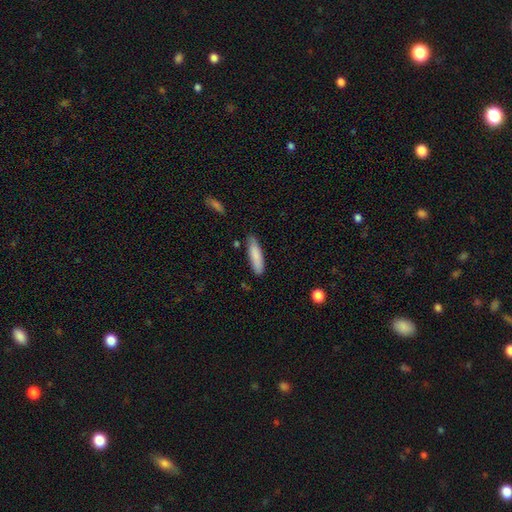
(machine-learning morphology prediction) This is clearly a smooth galaxy (85%). How rounded: likely cigar-shaped (65%). Merging: clearly none (81%).